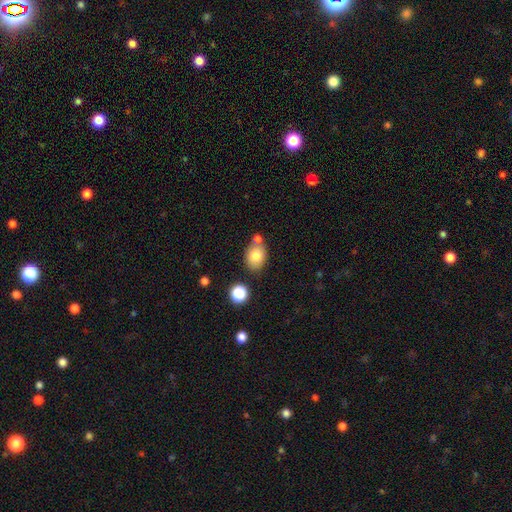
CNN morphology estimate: Q: Smooth or featured?
A: smooth (80%); runner-up: featured or disk (11%)
Q: How rounded?
A: in between (71%); runner-up: round (28%)
Q: Merging?
A: none (65%); runner-up: merger (16%)